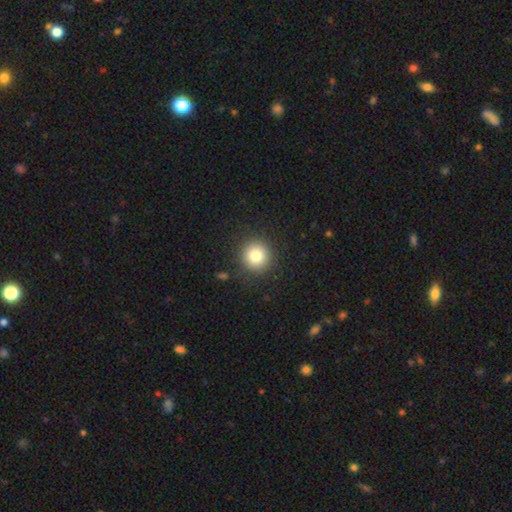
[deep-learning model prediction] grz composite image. It shows a smooth galaxy with no disk features (81%) that is round (93%). Merging: none (90%).